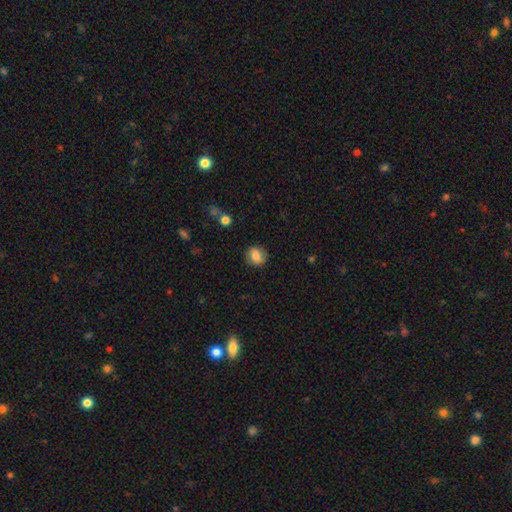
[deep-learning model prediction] Smooth or featured?
  - smooth: 73% *
  - featured or disk: 18%
  - star or artifact: 9%
How rounded?
  - round: 70% *
  - in between: 29%
  - cigar-shaped: 1%
Merging?
  - none: 84% *
  - minor disturbance: 11%
  - major disturbance: 3%
  - merger: 1%